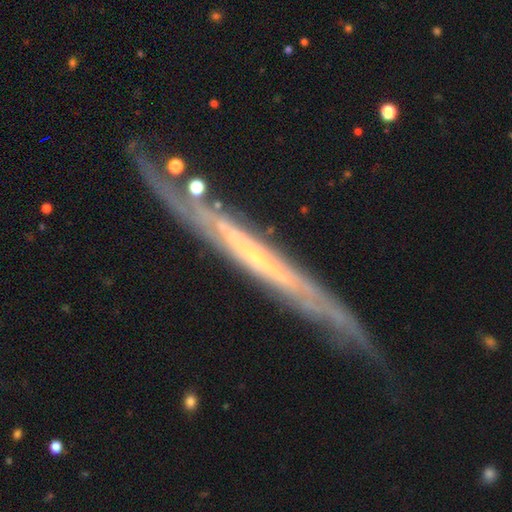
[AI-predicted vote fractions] smooth_or_featured: featured or disk (p=0.79) [alt: smooth p=0.14]
disk_edge_on: yes (p=0.80) [alt: no p=0.20]
edge_on_bulge: none (p=0.73) [alt: rounded p=0.22]
merging: none (p=0.71) [alt: minor disturbance p=0.19]